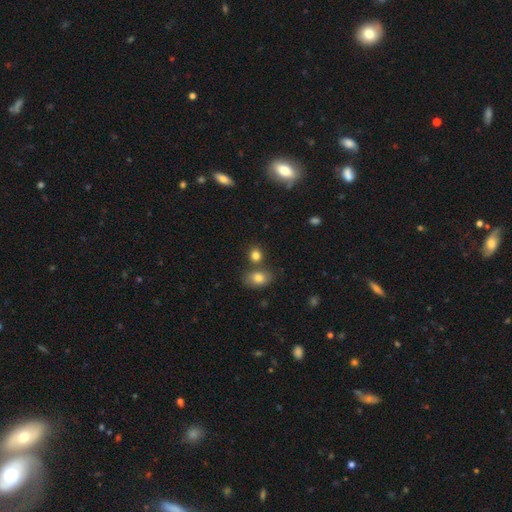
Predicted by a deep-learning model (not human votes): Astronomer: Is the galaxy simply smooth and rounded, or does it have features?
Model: smooth — 82%.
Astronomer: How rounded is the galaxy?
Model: round — 59% (runner-up: in between, 40%).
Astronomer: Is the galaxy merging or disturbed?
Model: none — 64%.